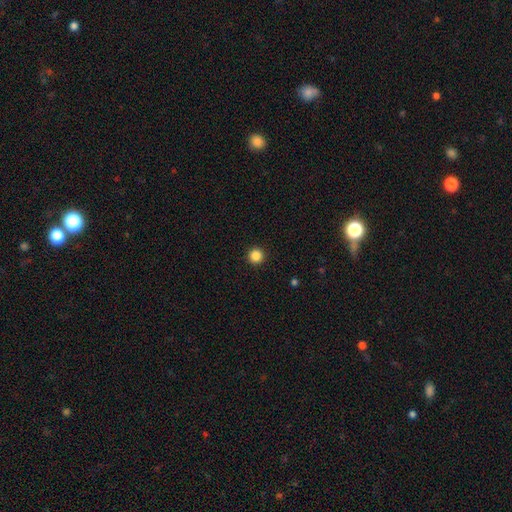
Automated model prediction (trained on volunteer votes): Smooth or featured? Predicted: smooth (p=0.85). How rounded? Predicted: round (p=0.96). Merging? Predicted: none (p=0.93).